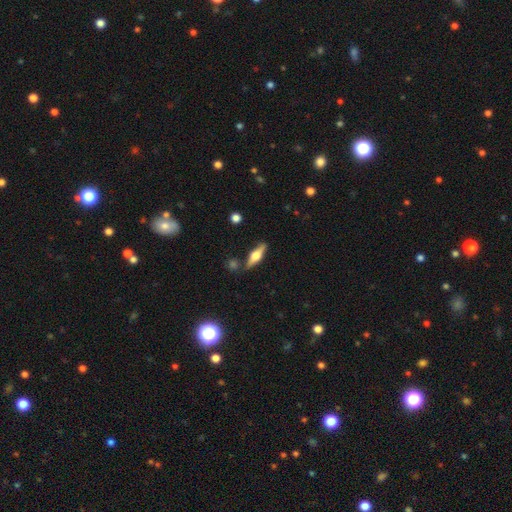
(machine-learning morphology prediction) Smooth or featured?
  - featured or disk: 59% *
  - smooth: 35%
  - star or artifact: 6%
Edge-on disk?
  - yes: 94% *
  - no: 6%
Edge-on bulge?
  - rounded: 91% *
  - boxy: 7%
  - none: 2%
Merging?
  - none: 81% *
  - minor disturbance: 11%
  - merger: 5%
  - major disturbance: 3%